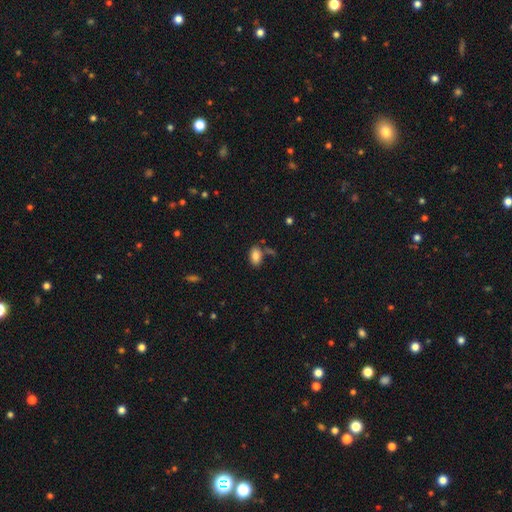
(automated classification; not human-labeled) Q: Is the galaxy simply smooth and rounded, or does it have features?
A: smooth — 85%.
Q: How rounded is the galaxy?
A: in between — 91%.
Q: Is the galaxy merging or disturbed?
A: none — 69%.